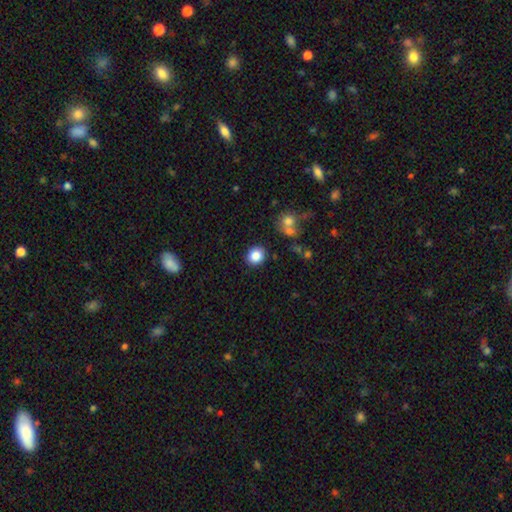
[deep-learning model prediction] A smooth galaxy with no disk features (85%) that is round (78%).

Vote fractions:
- Smooth or featured? smooth: 85% / star or artifact: 10% / featured or disk: 5%
- How rounded? round: 78% / in between: 21% / cigar-shaped: 1%
- Merging? none: 88% / minor disturbance: 7% / merger: 3% / major disturbance: 2%